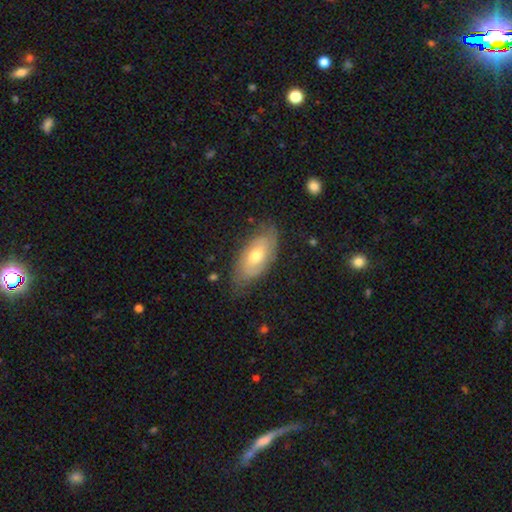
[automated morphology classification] Smooth or featured: featured or disk — 51% (smooth — 42%)
Edge-on disk: no — 86% (yes — 14%)
Merging: none — 70% (minor disturbance — 23%)